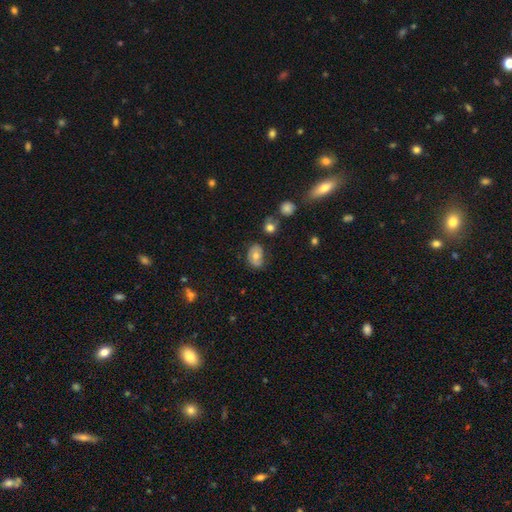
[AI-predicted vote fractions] Smooth or featured?
  - smooth: 60% *
  - featured or disk: 31%
  - star or artifact: 9%
How rounded?
  - in between: 77% *
  - round: 21%
  - cigar-shaped: 1%
Merging?
  - none: 67% *
  - minor disturbance: 23%
  - major disturbance: 6%
  - merger: 4%